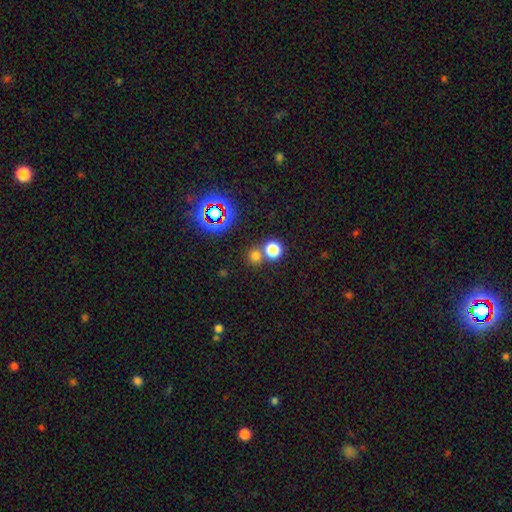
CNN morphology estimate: type=smooth (68%); roundness=round (90%); merging=none (62%).